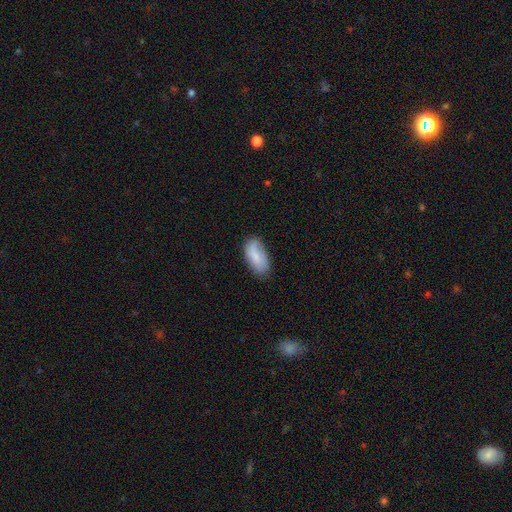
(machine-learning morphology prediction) smooth_or_featured: smooth (p=0.77) [alt: featured or disk p=0.17]
how_rounded: in between (p=0.93) [alt: cigar-shaped p=0.04]
merging: none (p=0.69) [alt: minor disturbance p=0.23]